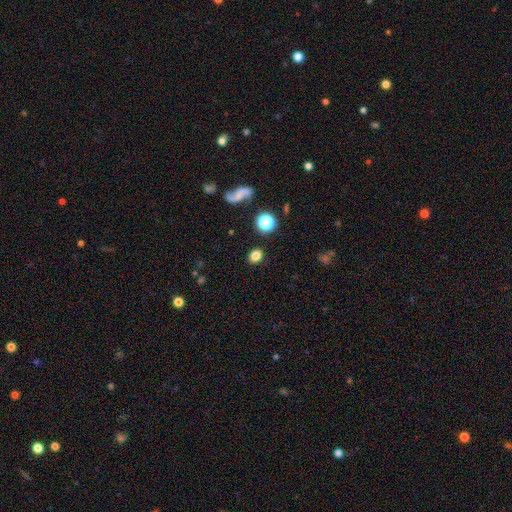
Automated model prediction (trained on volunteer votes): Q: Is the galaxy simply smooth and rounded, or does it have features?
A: smooth — 77%.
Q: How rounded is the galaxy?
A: round — 54%.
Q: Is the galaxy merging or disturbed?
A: none — 87%.